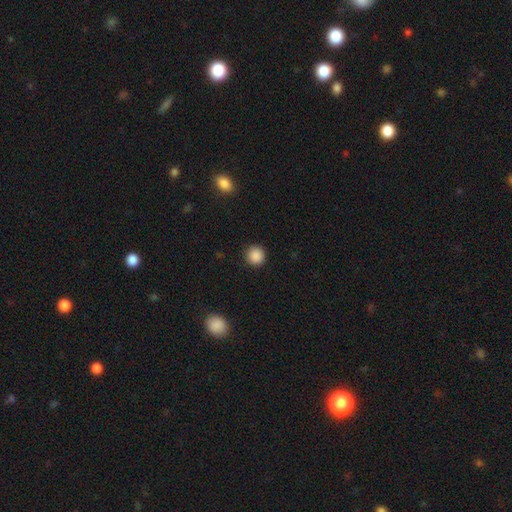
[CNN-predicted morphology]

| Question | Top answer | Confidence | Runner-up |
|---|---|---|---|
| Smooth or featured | smooth | 88% | star or artifact (9%) |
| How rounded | round | 94% | in between (5%) |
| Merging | none | 91% | minor disturbance (6%) |